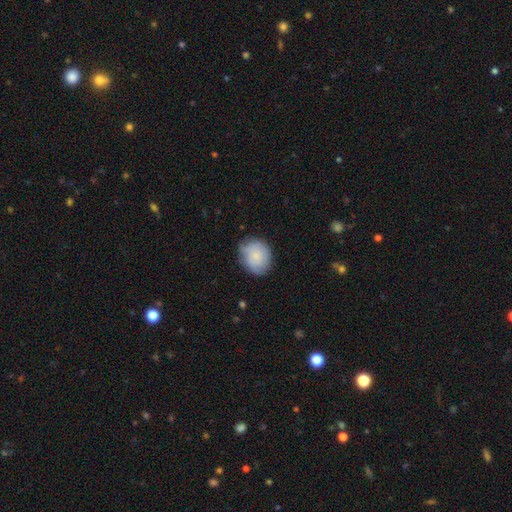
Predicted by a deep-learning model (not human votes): Smooth or featured?
  - smooth: 79% *
  - featured or disk: 15%
  - star or artifact: 7%
How rounded?
  - round: 65% *
  - in between: 34%
  - cigar-shaped: 1%
Merging?
  - none: 65% *
  - minor disturbance: 28%
  - major disturbance: 6%
  - merger: 2%